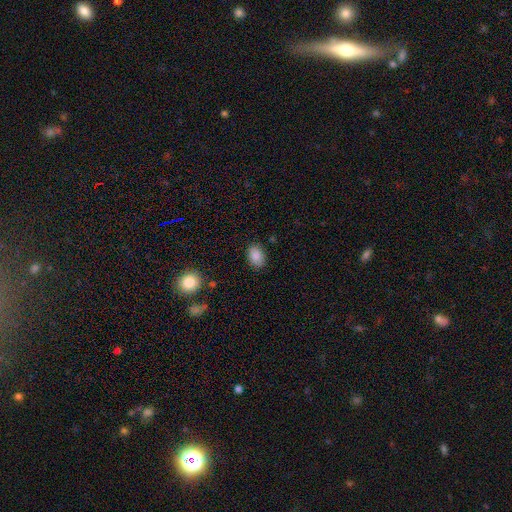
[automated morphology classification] Smooth or featured? smooth (87%)
How rounded? in between (82%)
Merging? none (85%)